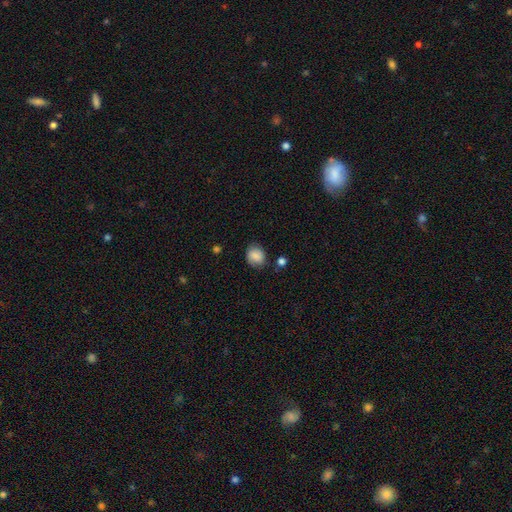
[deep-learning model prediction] This appears to be a smooth galaxy with no disk features (82%) that is round (59%). Merging: none (76%).